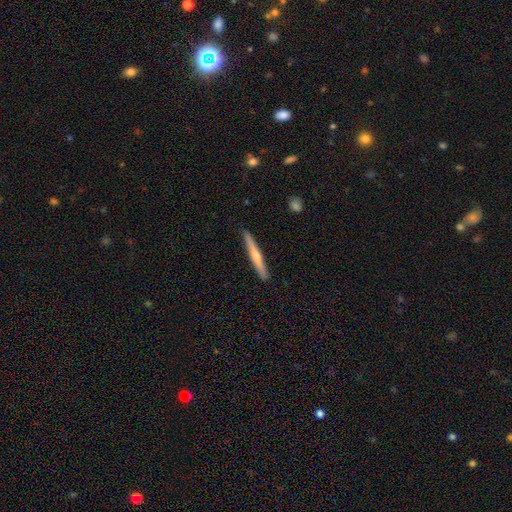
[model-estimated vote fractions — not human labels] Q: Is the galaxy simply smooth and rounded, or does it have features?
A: featured or disk — 57%.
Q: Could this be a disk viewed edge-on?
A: yes — 97%.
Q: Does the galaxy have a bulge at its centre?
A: rounded — 75%.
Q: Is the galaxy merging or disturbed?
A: none — 91%.